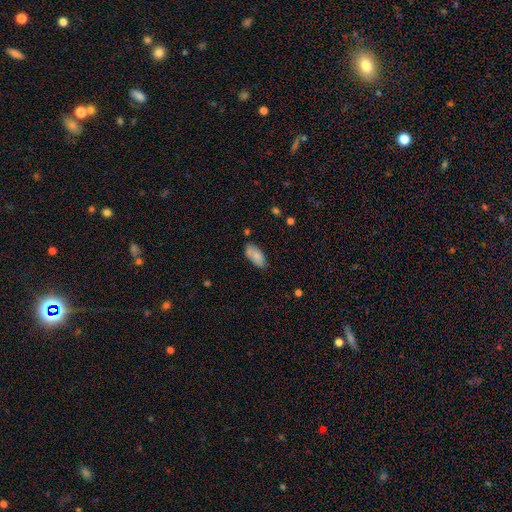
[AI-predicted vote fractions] Morphology: type=smooth (77%); roundness=in between (92%); merging=none (70%).